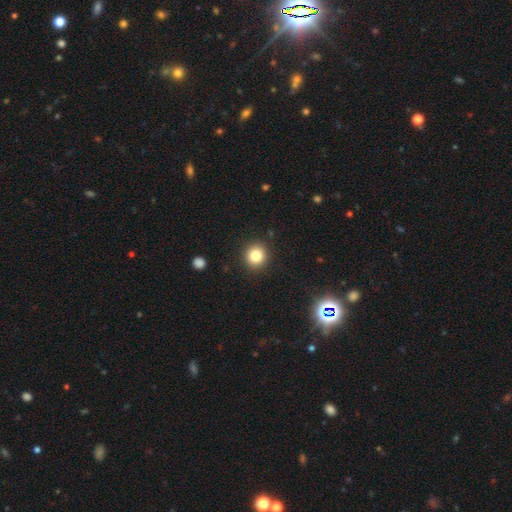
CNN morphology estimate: Smooth or featured: smooth — 83% (star or artifact — 11%)
How rounded: round — 89% (in between — 10%)
Merging: none — 90% (minor disturbance — 6%)